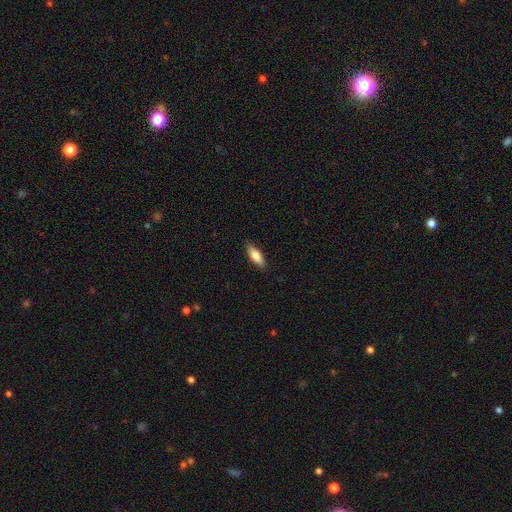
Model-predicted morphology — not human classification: Q: Smooth or featured?
A: smooth (76%); runner-up: featured or disk (18%)
Q: How rounded?
A: in between (60%); runner-up: cigar-shaped (38%)
Q: Merging?
A: none (88%); runner-up: minor disturbance (9%)